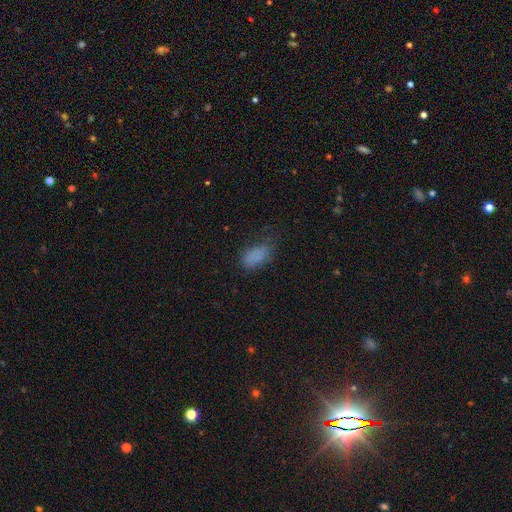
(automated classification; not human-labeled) A smooth galaxy with no disk features (76%) that is in between round and cigar-shaped (91%). Merging: none (50%).